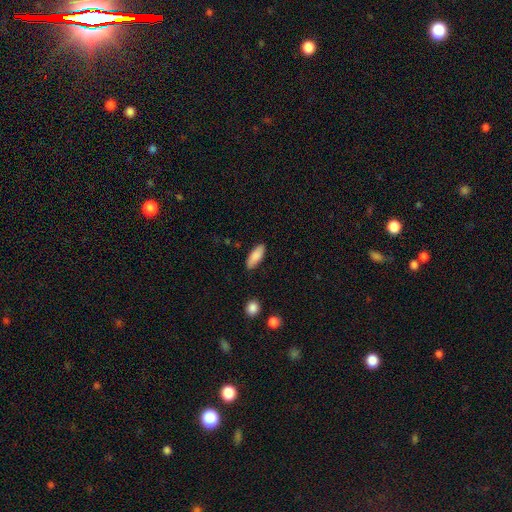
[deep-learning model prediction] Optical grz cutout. It shows a smooth galaxy with no disk features (86%) that is in between round and cigar-shaped (74%). Merging: none (86%).